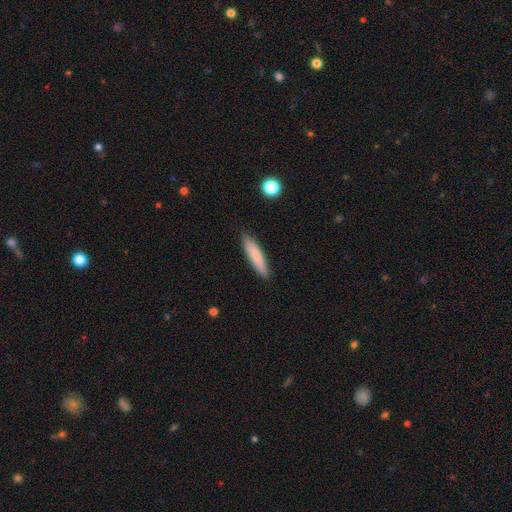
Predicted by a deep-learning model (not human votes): Smooth or featured: smooth — 80% (featured or disk — 14%)
How rounded: cigar-shaped — 82% (in between — 16%)
Merging: none — 87% (minor disturbance — 10%)